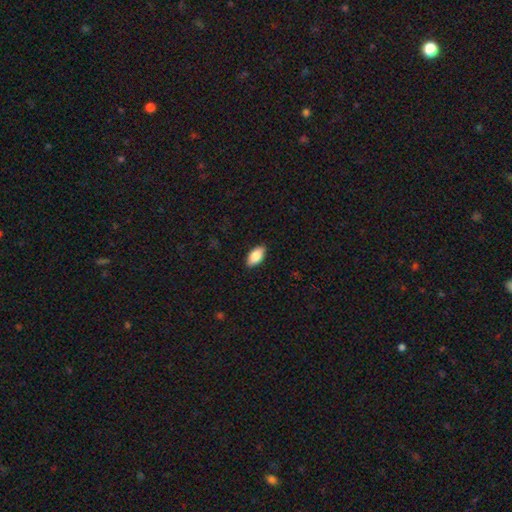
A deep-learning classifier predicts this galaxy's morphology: The model was most divided on "smooth or featured": smooth: 83%, featured or disk: 11%, star or artifact: 6%. More confident: how rounded — in between (92%); merging — none (89%).